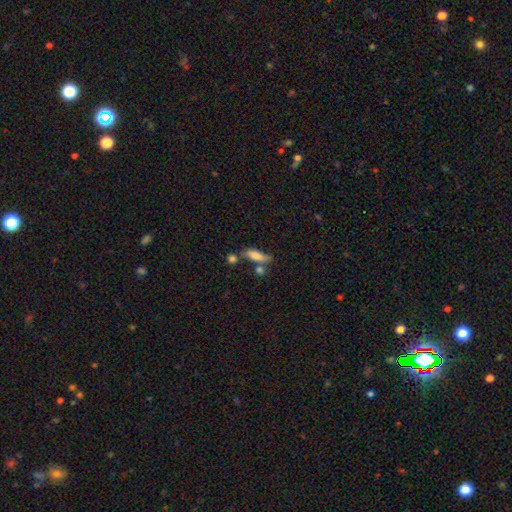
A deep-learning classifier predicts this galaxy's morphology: The model was most divided on "how rounded": in between: 57%, cigar-shaped: 39%, round: 4%. Remaining: smooth or featured — smooth (73%); merging — none (49%).